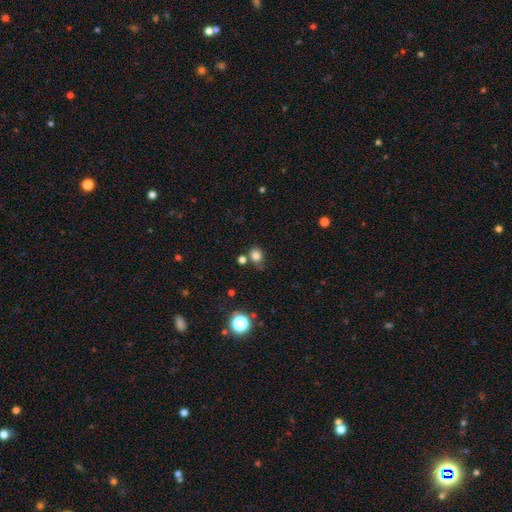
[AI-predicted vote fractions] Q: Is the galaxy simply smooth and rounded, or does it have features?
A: smooth — 79%.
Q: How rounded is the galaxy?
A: round — 64%.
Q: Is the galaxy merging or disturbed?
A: none — 65%.